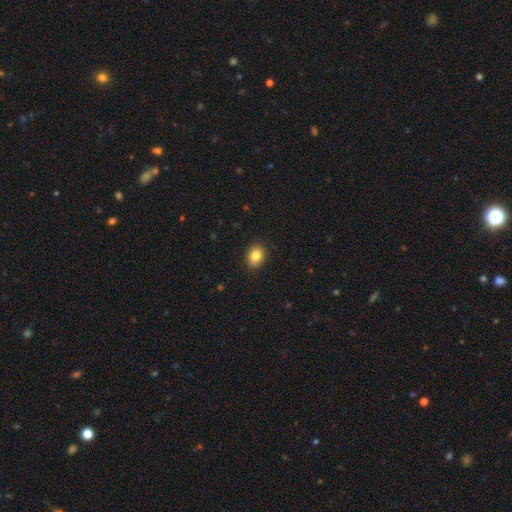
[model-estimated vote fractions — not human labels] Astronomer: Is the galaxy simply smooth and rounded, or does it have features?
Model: smooth — 85%.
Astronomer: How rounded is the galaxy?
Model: in between — 66%.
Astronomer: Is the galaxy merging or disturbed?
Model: none — 88%.